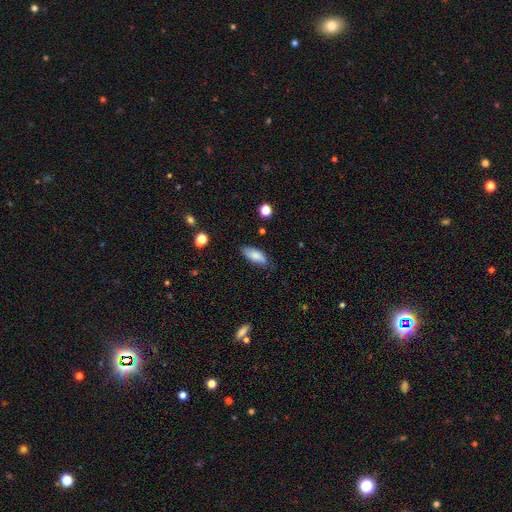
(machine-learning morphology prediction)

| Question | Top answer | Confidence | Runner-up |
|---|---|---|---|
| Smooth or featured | smooth | 81% | featured or disk (12%) |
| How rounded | in between | 79% | cigar-shaped (19%) |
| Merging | none | 78% | minor disturbance (18%) |